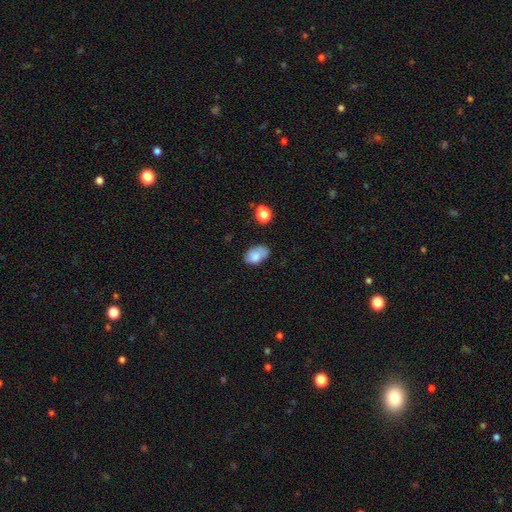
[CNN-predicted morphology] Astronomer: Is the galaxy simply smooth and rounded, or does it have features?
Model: smooth — 80%.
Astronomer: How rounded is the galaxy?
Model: in between — 87%.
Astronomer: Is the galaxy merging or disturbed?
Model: none — 55% (runner-up: minor disturbance, 31%).